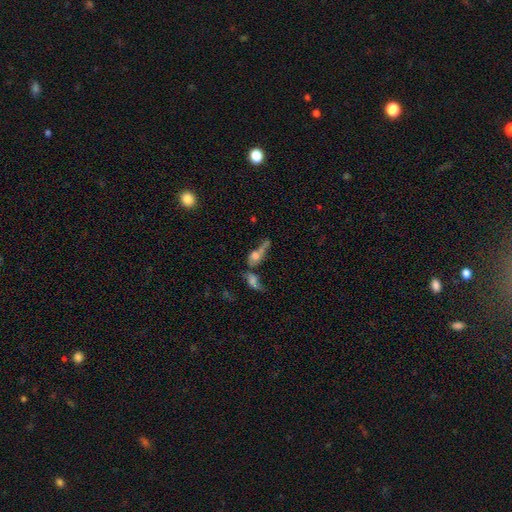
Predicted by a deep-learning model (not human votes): Overall: smooth (43%; featured or disk 38%). Merging: merger (48%; none 26%).